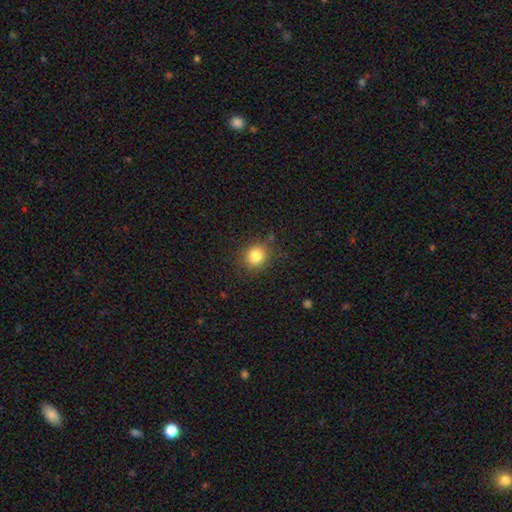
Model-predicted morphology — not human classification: This is clearly a smooth galaxy (82%). How rounded: clearly round (80%). Merging: clearly none (85%).